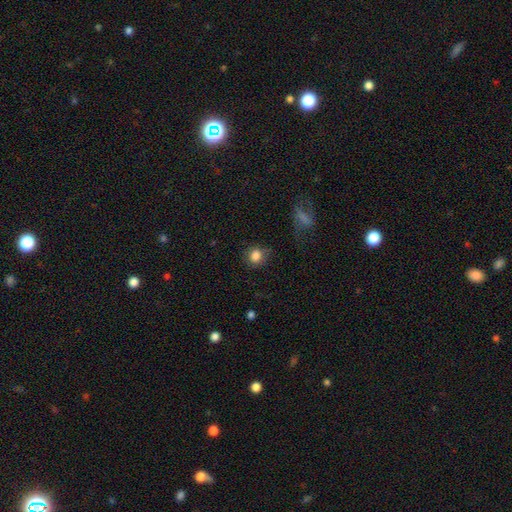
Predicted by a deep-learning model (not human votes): smooth-or-featured: smooth: 84% | star or artifact: 10% | featured or disk: 6%
  how-rounded: round: 79% | in between: 19% | cigar-shaped: 1%
  merging: none: 76% | minor disturbance: 16% | major disturbance: 6% | merger: 2%